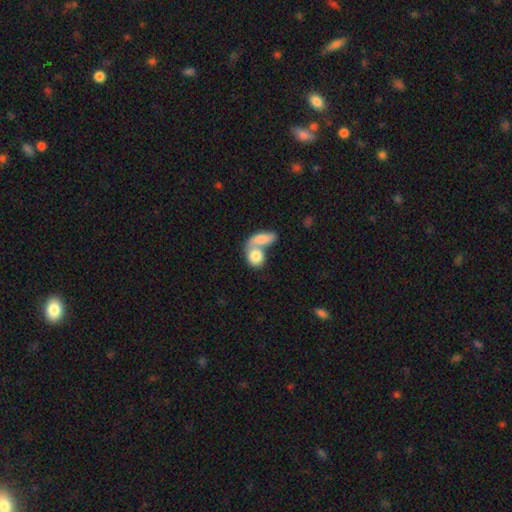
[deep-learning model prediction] A smooth galaxy with no disk features (79%) that is in between round and cigar-shaped (58%).

Vote fractions:
- Smooth or featured? smooth: 79% / featured or disk: 15% / star or artifact: 6%
- How rounded? in between: 58% / round: 37% / cigar-shaped: 4%
- Merging? merger: 69% / none: 20% / minor disturbance: 6% / major disturbance: 6%